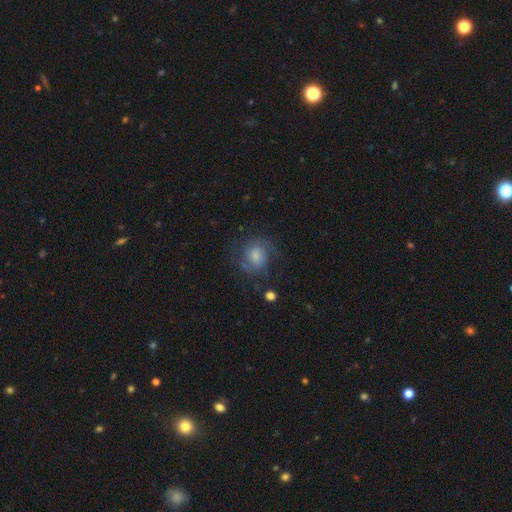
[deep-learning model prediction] Morphology: type=featured or disk (59%); edge-on=no (98%); bar=no (60%); spiral arms=yes (89%); winding=medium (49%); arm count=2 (76%); bulge=moderate (42%); merging=none (67%).